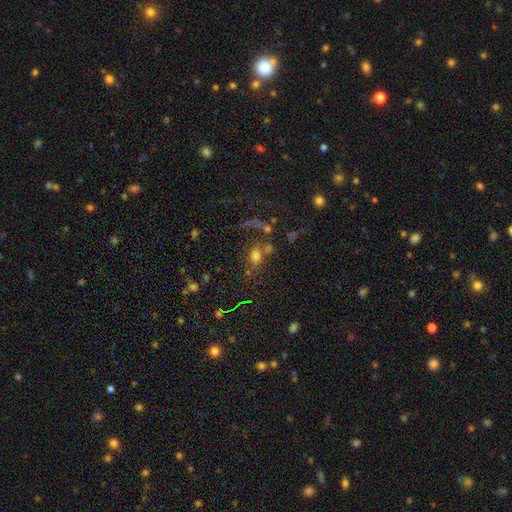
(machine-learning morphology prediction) Smooth or featured?
  - smooth: 56% *
  - star or artifact: 24%
  - featured or disk: 21%
How rounded?
  - in between: 68% *
  - round: 28%
  - cigar-shaped: 4%
Merging?
  - none: 42% *
  - merger: 25%
  - major disturbance: 20%
  - minor disturbance: 13%